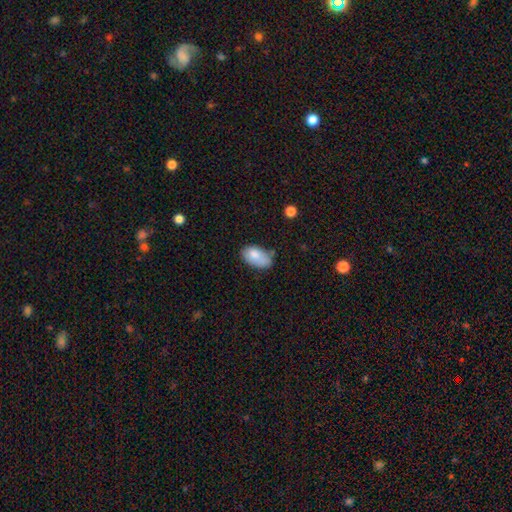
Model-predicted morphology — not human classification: This is clearly a smooth galaxy (82%). How rounded: clearly in between (93%). Merging: possibly none (52%).